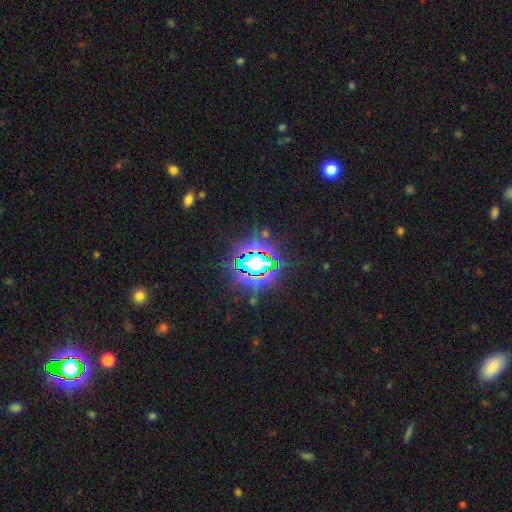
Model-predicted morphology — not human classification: A star or artifact, not a galaxy (81%).